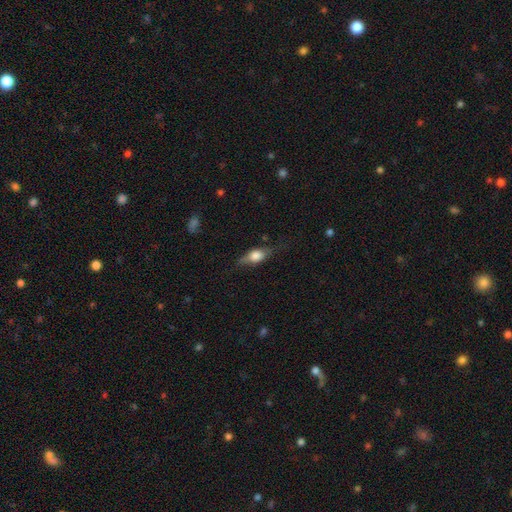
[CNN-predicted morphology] Smooth or featured? smooth (53%)
How rounded? in between (68%)
Merging? none (61%)